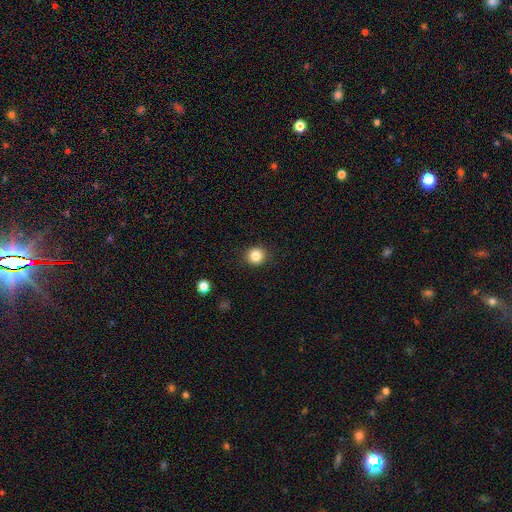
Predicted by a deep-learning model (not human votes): smooth 84%, star or artifact 11%, featured or disk 5%. Down the decision tree: how rounded — round (91%); merging — none (91%).